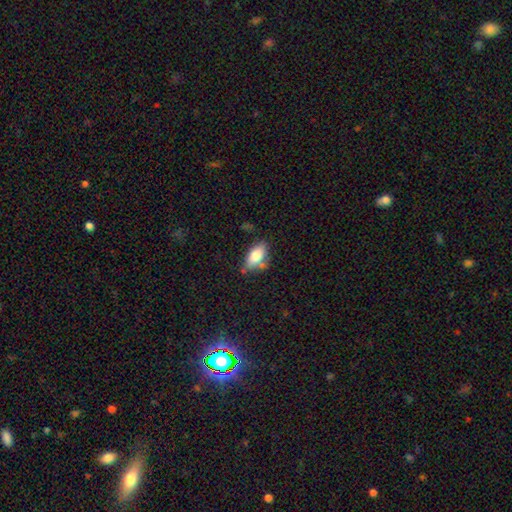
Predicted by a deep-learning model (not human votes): Smooth or featured: smooth — 79% (featured or disk — 14%)
How rounded: in between — 89% (cigar-shaped — 6%)
Merging: none — 62% (minor disturbance — 23%)